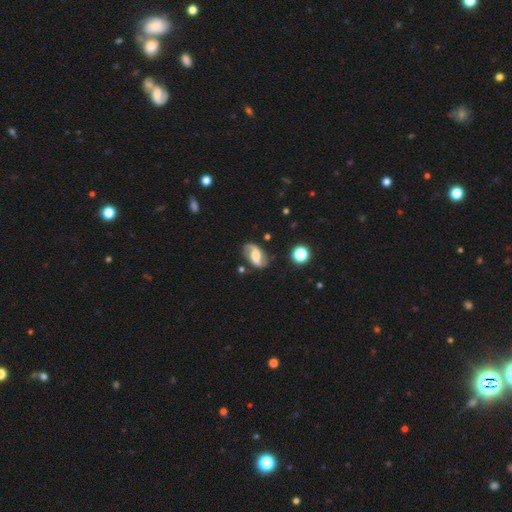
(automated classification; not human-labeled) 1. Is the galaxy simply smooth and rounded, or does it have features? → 82% featured or disk, 12% smooth, 6% star or artifact.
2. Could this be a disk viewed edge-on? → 97% no, 3% yes.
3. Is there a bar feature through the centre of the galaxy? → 43% weak, 33% no, 24% strong.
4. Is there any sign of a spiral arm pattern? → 95% yes, 5% no.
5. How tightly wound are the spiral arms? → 53% loose, 37% medium, 10% tight.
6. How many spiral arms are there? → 92% 2, 3% can't tell, 2% 1, 1% 3, 1% 4, 1% more than 4.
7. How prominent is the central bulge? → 42% moderate, 26% large, 17% small, 12% none, 4% dominant.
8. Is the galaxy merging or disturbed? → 78% none, 14% minor disturbance, 5% major disturbance, 3% merger.